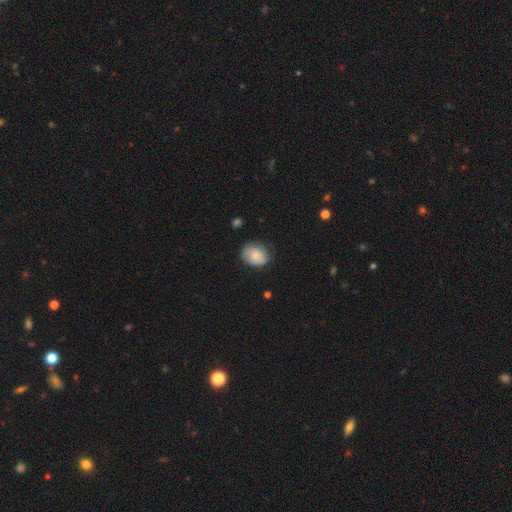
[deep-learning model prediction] A smooth galaxy with no disk features (72%) that is in between round and cigar-shaped (55%).

Vote fractions:
- Smooth or featured? smooth: 72% / featured or disk: 21% / star or artifact: 7%
- How rounded? in between: 55% / round: 44% / cigar-shaped: 1%
- Merging? none: 64% / minor disturbance: 27% / major disturbance: 7% / merger: 1%